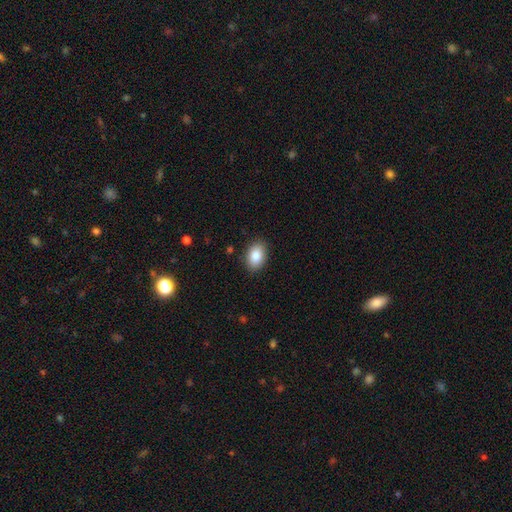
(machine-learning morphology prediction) smooth-or-featured: smooth: 86% | star or artifact: 7% | featured or disk: 7%
  how-rounded: in between: 85% | round: 14% | cigar-shaped: 1%
  merging: none: 88% | minor disturbance: 9% | major disturbance: 2% | merger: 1%